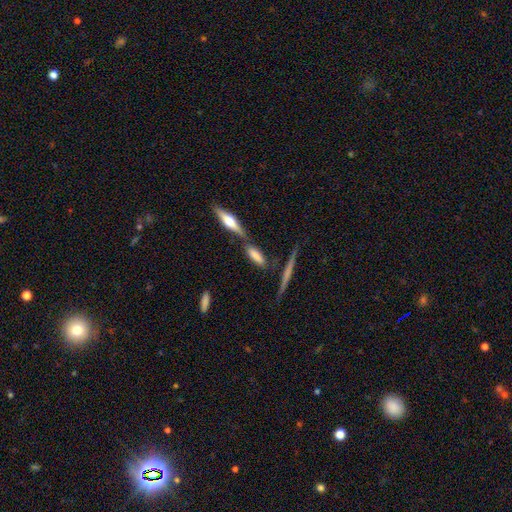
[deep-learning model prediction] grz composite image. It shows a smooth galaxy with no disk features (68%) that is in between round and cigar-shaped (52%). Merging: none (62%).